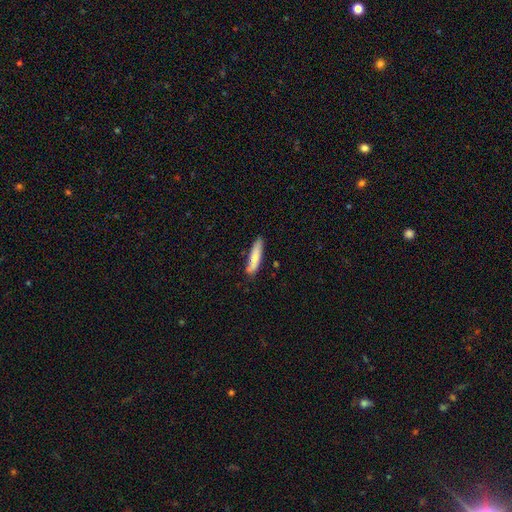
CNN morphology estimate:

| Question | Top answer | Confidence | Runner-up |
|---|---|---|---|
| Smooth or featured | smooth | 79% | featured or disk (15%) |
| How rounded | cigar-shaped | 80% | in between (18%) |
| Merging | none | 77% | minor disturbance (18%) |